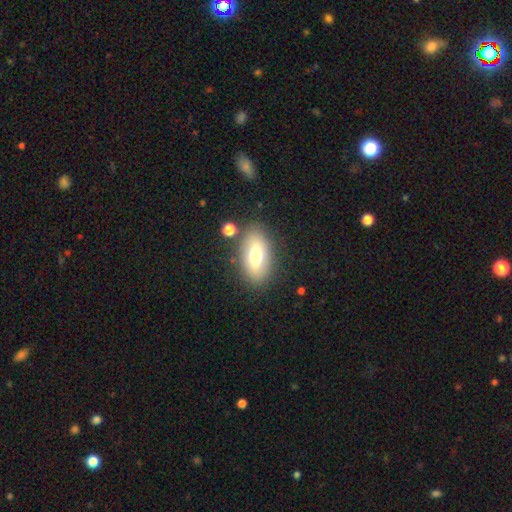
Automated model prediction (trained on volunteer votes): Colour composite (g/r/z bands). It shows a smooth galaxy with no disk features (67%) that is in between round and cigar-shaped (88%). Merging: none (80%).